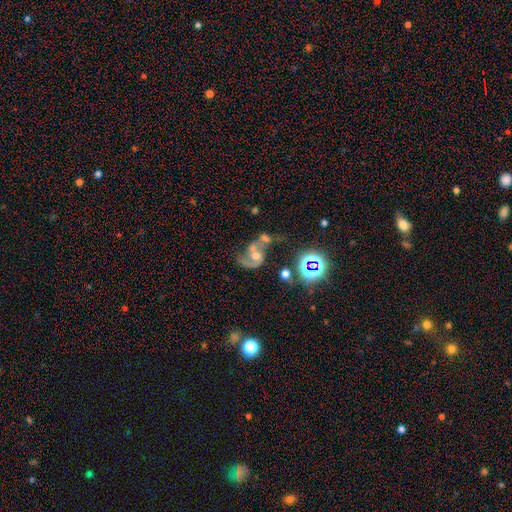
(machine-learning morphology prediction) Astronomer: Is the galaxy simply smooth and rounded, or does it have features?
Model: featured or disk — 68%.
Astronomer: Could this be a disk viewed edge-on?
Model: no — 97%.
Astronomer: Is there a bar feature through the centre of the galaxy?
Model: no — 69%.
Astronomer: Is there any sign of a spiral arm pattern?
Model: yes — 83%.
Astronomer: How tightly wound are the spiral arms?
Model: loose — 52% (runner-up: medium, 37%).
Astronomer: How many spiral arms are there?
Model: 2 — 68%.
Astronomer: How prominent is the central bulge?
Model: moderate — 62%.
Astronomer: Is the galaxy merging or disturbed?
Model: merger — 50%.